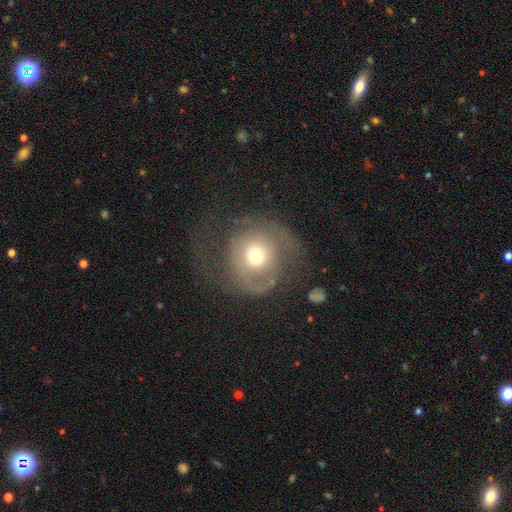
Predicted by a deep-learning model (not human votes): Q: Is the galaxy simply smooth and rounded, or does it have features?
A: featured or disk — 48%.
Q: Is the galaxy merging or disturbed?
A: none — 42%.